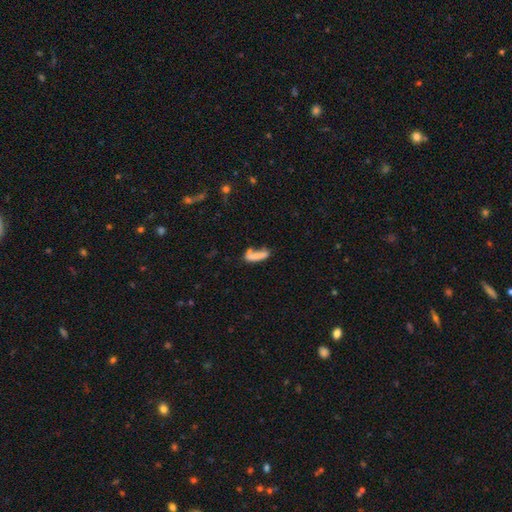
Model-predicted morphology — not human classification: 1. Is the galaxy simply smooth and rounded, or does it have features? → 71% smooth, 19% featured or disk, 10% star or artifact.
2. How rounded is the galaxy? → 64% cigar-shaped, 34% in between, 3% round.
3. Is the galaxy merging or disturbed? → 41% none, 25% merger, 20% minor disturbance, 14% major disturbance.